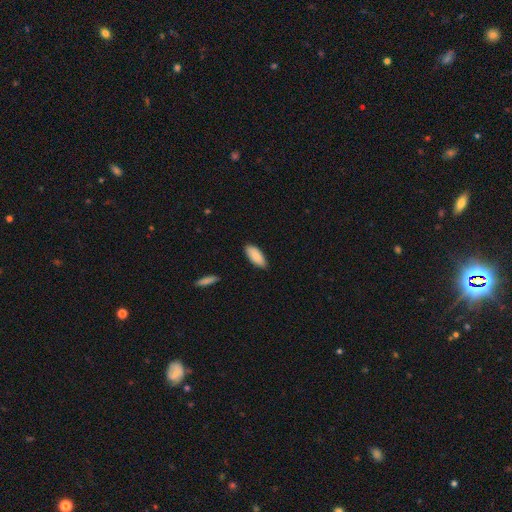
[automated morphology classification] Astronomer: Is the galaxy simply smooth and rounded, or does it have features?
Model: smooth — 88%.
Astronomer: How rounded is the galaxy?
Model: in between — 83%.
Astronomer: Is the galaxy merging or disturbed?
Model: none — 85%.